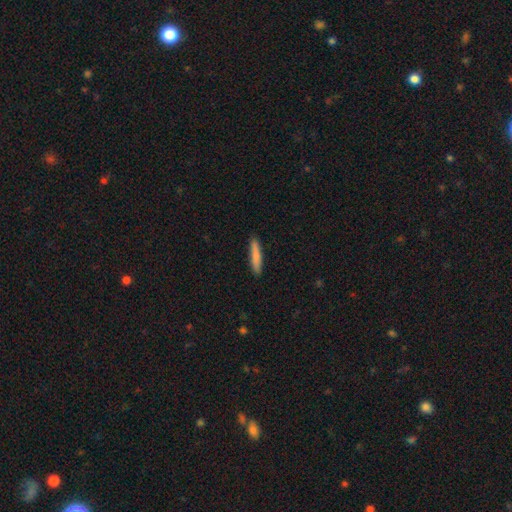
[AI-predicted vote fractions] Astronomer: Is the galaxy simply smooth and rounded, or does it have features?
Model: smooth — 83%.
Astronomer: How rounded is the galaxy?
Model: cigar-shaped — 91%.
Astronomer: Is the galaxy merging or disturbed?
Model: none — 90%.